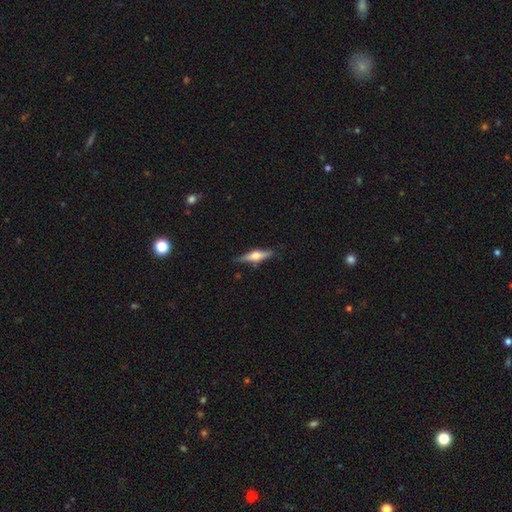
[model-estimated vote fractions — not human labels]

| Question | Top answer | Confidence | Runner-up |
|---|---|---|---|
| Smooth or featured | featured or disk | 58% | smooth (36%) |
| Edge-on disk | yes | 96% | no (4%) |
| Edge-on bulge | rounded | 88% | boxy (9%) |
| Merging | none | 84% | minor disturbance (12%) |